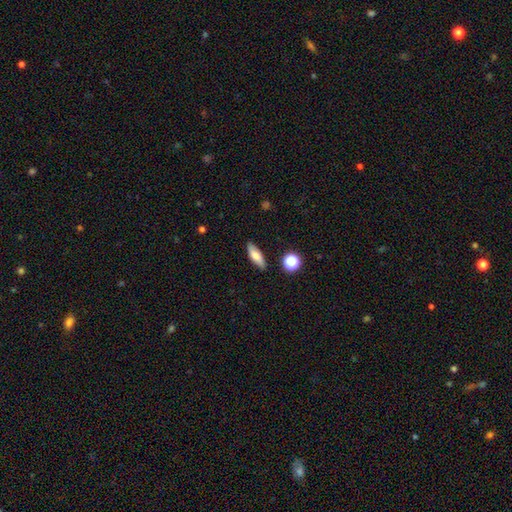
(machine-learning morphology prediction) Q: Smooth or featured?
A: smooth (71%); runner-up: featured or disk (20%)
Q: How rounded?
A: in between (57%); runner-up: cigar-shaped (39%)
Q: Merging?
A: none (86%); runner-up: minor disturbance (10%)